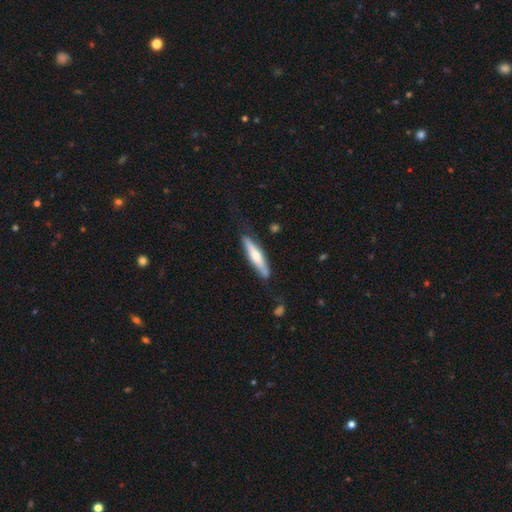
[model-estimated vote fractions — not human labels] Smooth or featured?
  - smooth: 53% *
  - featured or disk: 42%
  - star or artifact: 5%
How rounded?
  - cigar-shaped: 86% *
  - in between: 13%
  - round: 1%
Merging?
  - none: 78% *
  - minor disturbance: 16%
  - major disturbance: 3%
  - merger: 3%